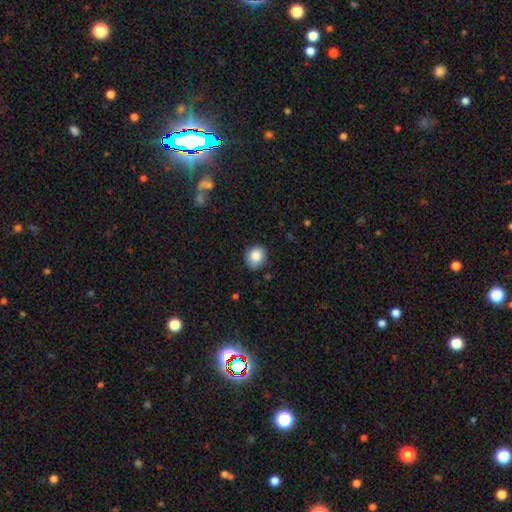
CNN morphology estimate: smooth_or_featured: smooth (p=0.86) [alt: star or artifact p=0.09]
how_rounded: round (p=0.59) [alt: in between p=0.40]
merging: none (p=0.80) [alt: minor disturbance p=0.16]